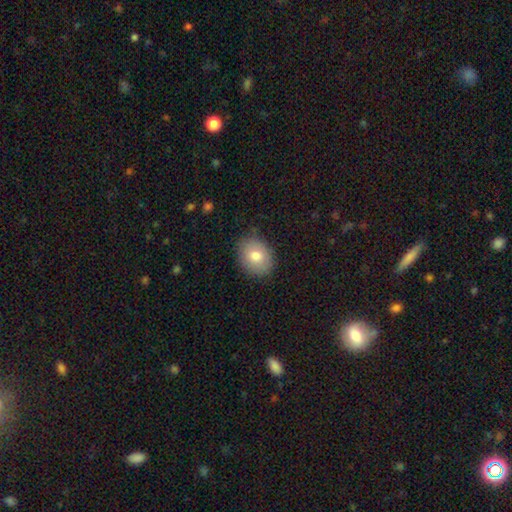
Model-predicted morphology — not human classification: This appears to be a smooth galaxy with no disk features (77%) that is in between round and cigar-shaped (54%). Merging: none (84%).